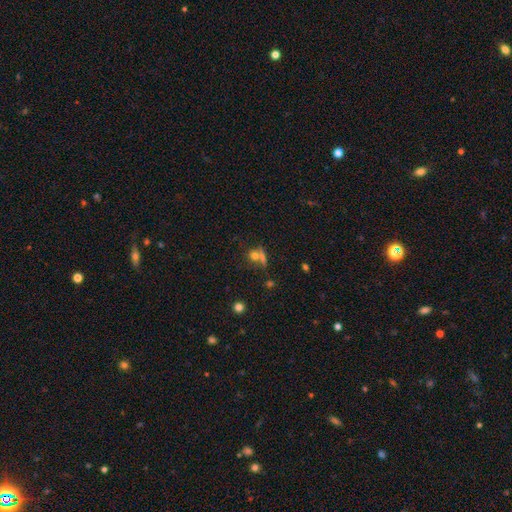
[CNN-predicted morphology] Smooth or featured? smooth (65%)
How rounded? round (76%)
Merging? none (46%)